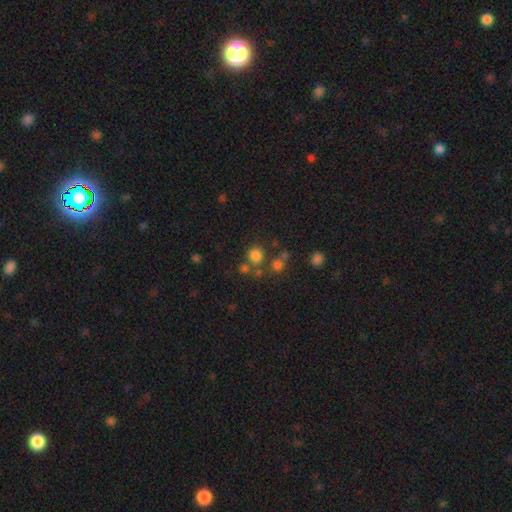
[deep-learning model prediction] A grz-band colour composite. It shows a smooth galaxy with no disk features (75%) that is round (84%). Merging: none (65%).